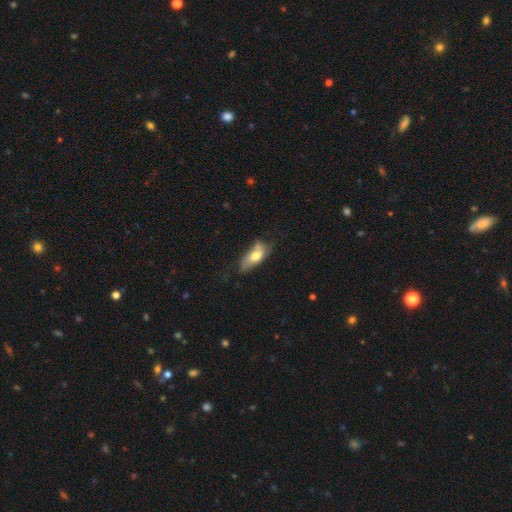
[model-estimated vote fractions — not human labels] Smooth or featured?
  - smooth: 64% *
  - featured or disk: 29%
  - star or artifact: 7%
How rounded?
  - in between: 82% *
  - cigar-shaped: 14%
  - round: 4%
Merging?
  - none: 39% *
  - minor disturbance: 31%
  - merger: 16%
  - major disturbance: 15%